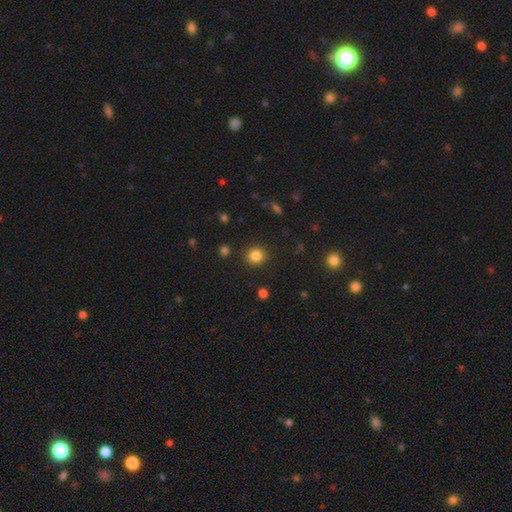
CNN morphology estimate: Smooth or featured?
  - smooth: 83% *
  - star or artifact: 12%
  - featured or disk: 5%
How rounded?
  - round: 89% *
  - in between: 10%
  - cigar-shaped: 1%
Merging?
  - none: 90% *
  - minor disturbance: 6%
  - major disturbance: 2%
  - merger: 2%